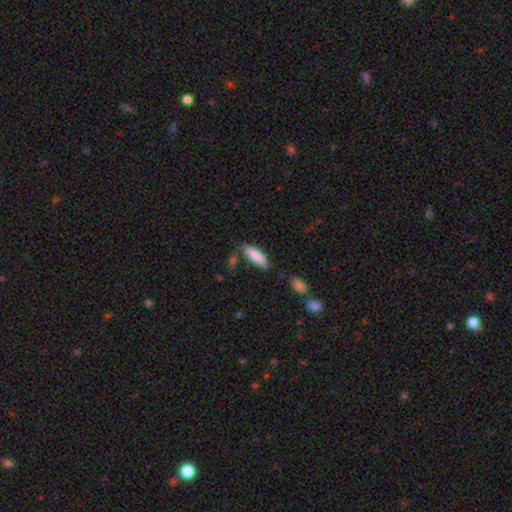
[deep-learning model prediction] A smooth galaxy with no disk features (83%) that is in between round and cigar-shaped (54%). Merging: none (60%).